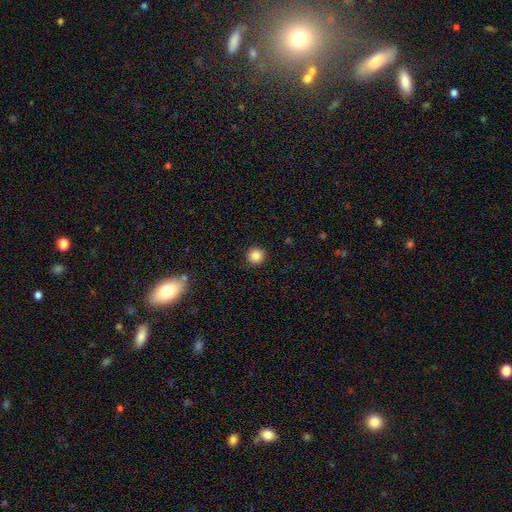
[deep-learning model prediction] This appears to be a smooth galaxy with no disk features (85%) that is round (94%). Merging: none (92%).